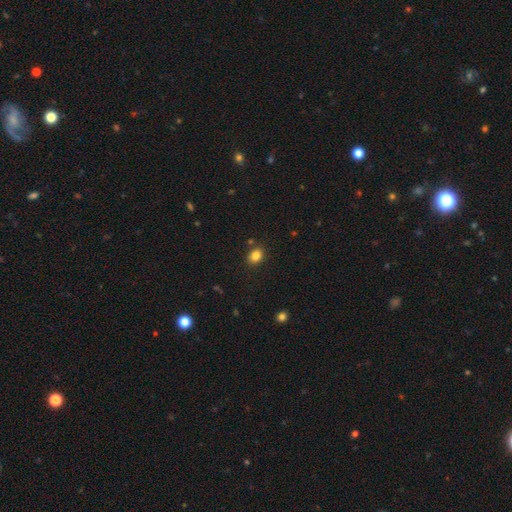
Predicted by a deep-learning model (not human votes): Overall: smooth (83%). How rounded: round (55%; in between 44%). Merging: none (84%).